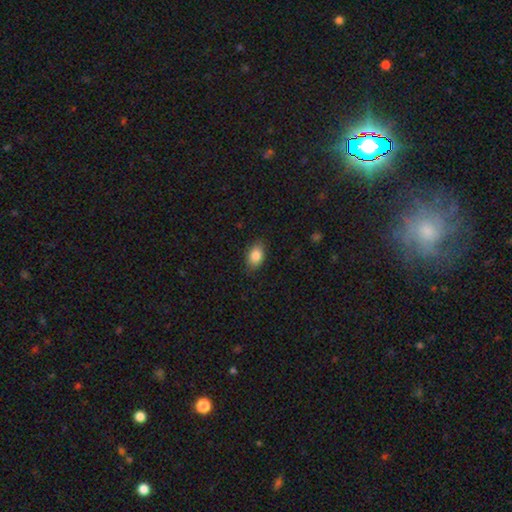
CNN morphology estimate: smooth 85%, star or artifact 8%, featured or disk 8%. Down the decision tree: how rounded — in between (87%); merging — none (87%).